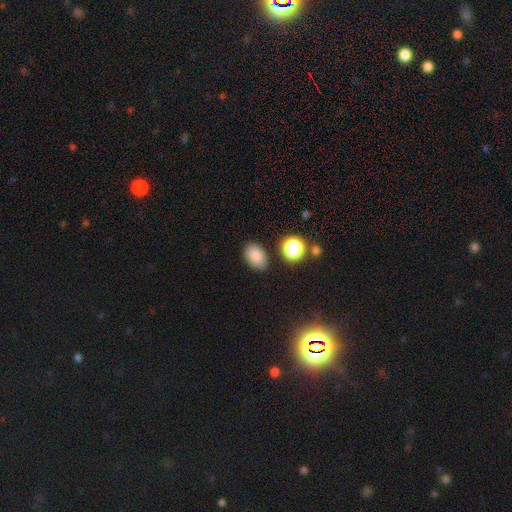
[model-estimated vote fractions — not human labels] A smooth galaxy with no disk features (84%) that is in between round and cigar-shaped (84%). Merging: none (83%).